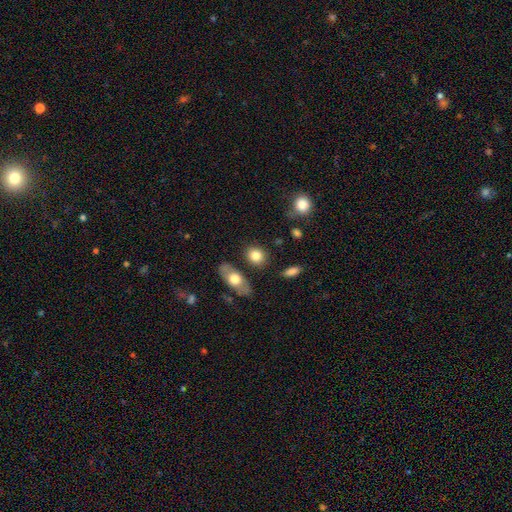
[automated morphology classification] Smooth or featured?
  - smooth: 77% *
  - featured or disk: 15%
  - star or artifact: 8%
How rounded?
  - round: 54% *
  - in between: 43%
  - cigar-shaped: 3%
Merging?
  - none: 81% *
  - minor disturbance: 11%
  - merger: 5%
  - major disturbance: 3%